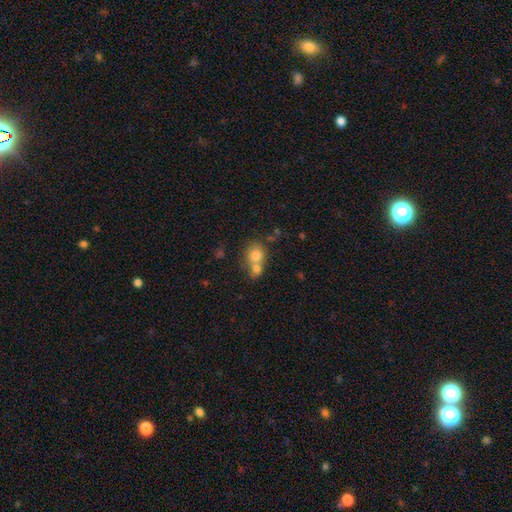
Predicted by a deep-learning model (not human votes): A smooth galaxy with no disk features (77%) that is round (70%).

Vote fractions:
- Smooth or featured? smooth: 77% / featured or disk: 13% / star or artifact: 10%
- How rounded? round: 70% / in between: 29% / cigar-shaped: 1%
- Merging? merger: 56% / none: 33% / minor disturbance: 7% / major disturbance: 3%